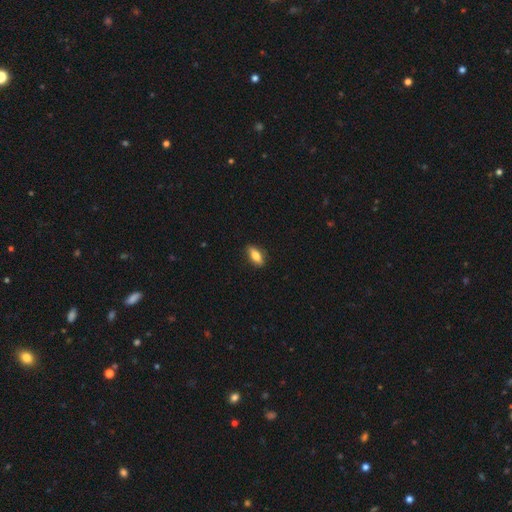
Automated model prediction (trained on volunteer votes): Smooth or featured? smooth (77%)
How rounded? in between (80%)
Merging? none (87%)